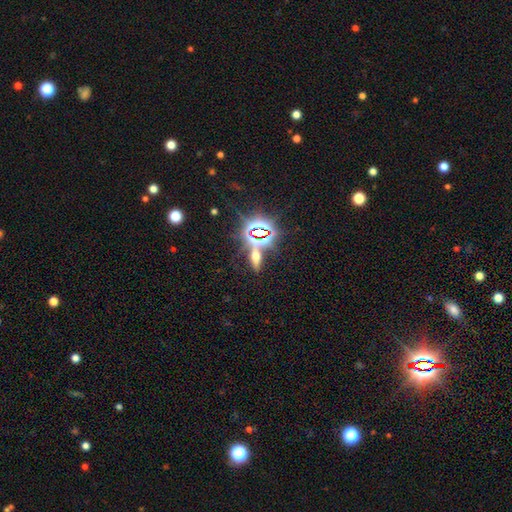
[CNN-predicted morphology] A star or artifact, not a galaxy (46%).